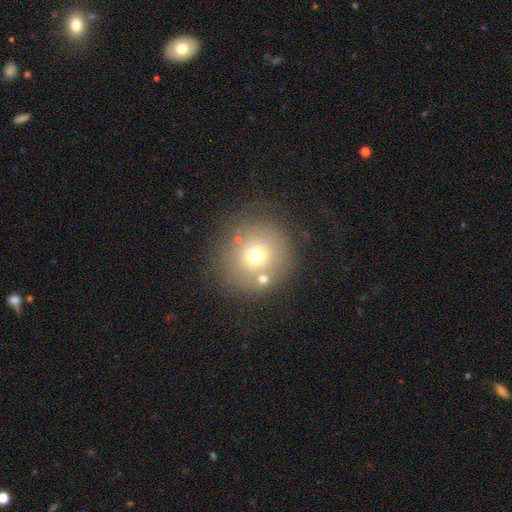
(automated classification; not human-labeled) smooth-or-featured: smooth: 67% | featured or disk: 17% | star or artifact: 16%
  how-rounded: round: 93% | in between: 6% | cigar-shaped: 1%
  merging: none: 76% | minor disturbance: 10% | merger: 8% | major disturbance: 5%